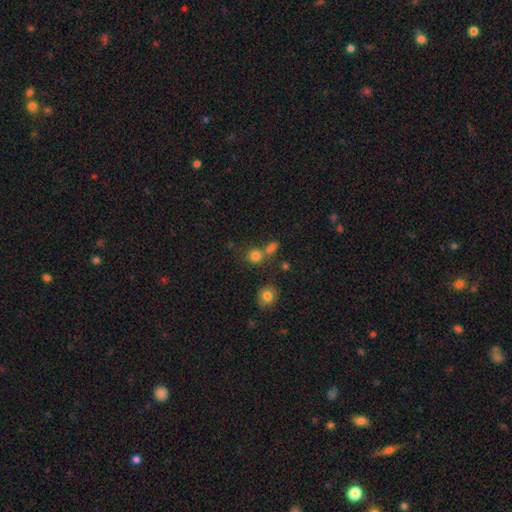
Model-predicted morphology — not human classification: type=smooth (80%); roundness=round (83%); merging=none (57%).